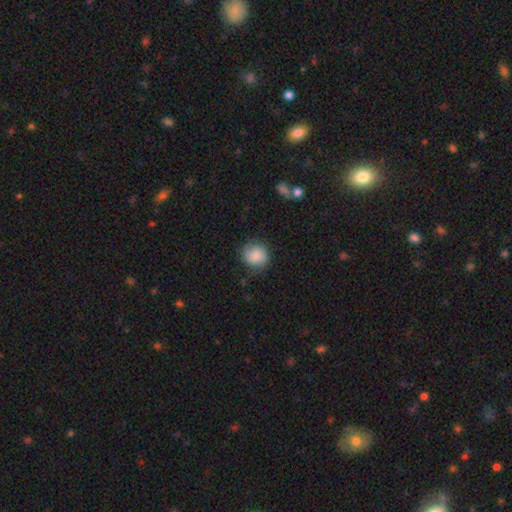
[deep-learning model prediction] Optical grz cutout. It shows a smooth galaxy with no disk features (82%) that is round (86%). Merging: none (77%).